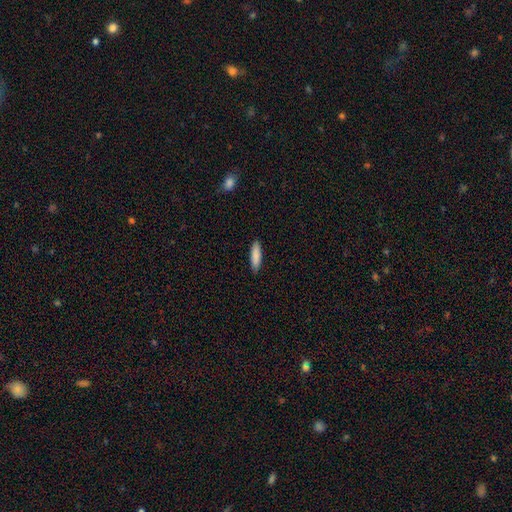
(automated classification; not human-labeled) Overall: smooth (88%). How rounded: cigar-shaped (61%; in between 38%). Merging: none (88%).